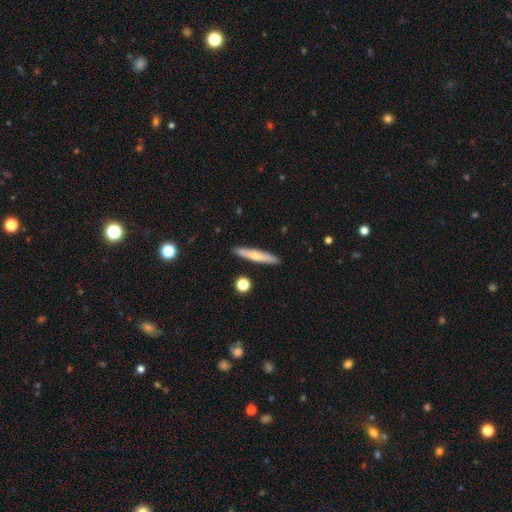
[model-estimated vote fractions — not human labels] Smooth or featured? smooth (63%)
How rounded? cigar-shaped (91%)
Merging? none (89%)